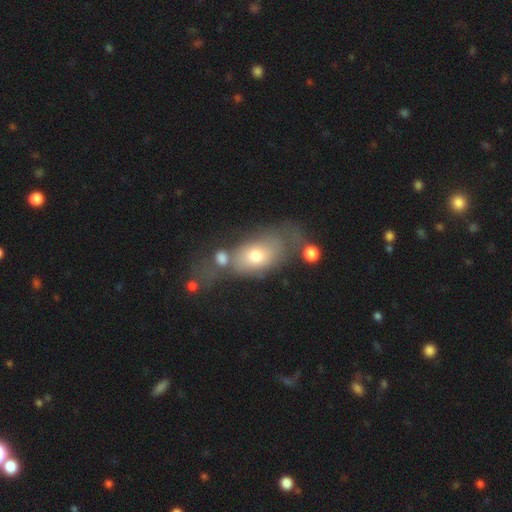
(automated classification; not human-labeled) Smooth or featured: smooth — 61% (featured or disk — 29%)
How rounded: in between — 82% (round — 13%)
Merging: merger — 32% (none — 28%)